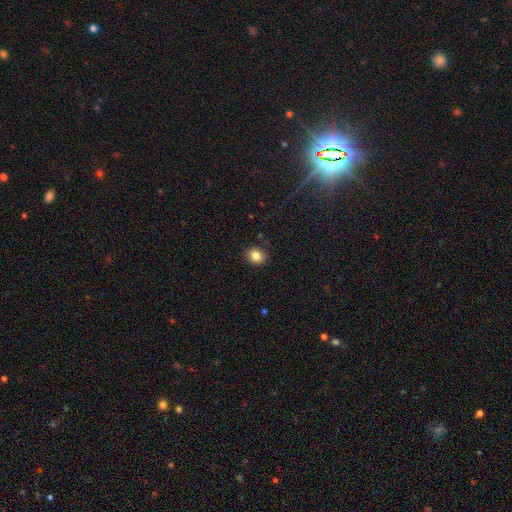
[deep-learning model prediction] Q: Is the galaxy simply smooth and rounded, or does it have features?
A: smooth — 83%.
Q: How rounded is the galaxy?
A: round — 69%.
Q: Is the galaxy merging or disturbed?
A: none — 89%.